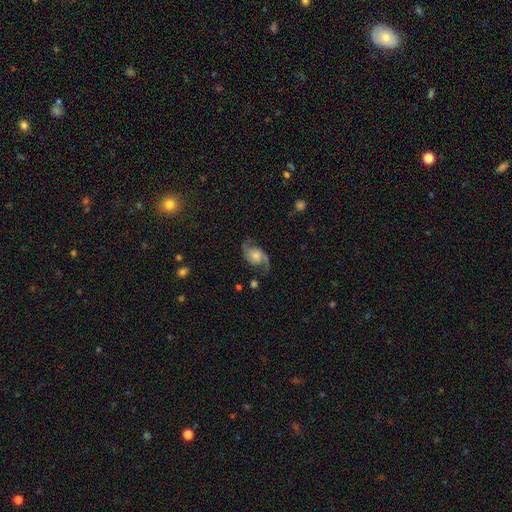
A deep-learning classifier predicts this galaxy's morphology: featured or disk 83%, smooth 10%, star or artifact 7%. Down the decision tree: edge-on disk — no (97%); bar — no (71%); spiral arms — yes (96%); spiral arm count — 2 (93%); spiral winding — loose (55%); bulge size — moderate (33%); merging — none (75%).